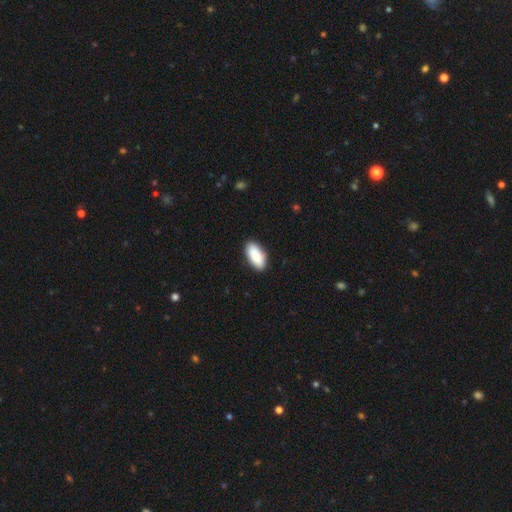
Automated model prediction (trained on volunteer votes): A smooth galaxy with no disk features (90%) that is in between round and cigar-shaped (92%). Merging: none (88%).